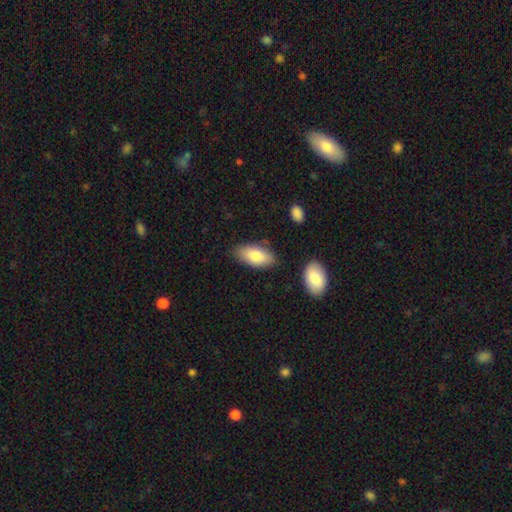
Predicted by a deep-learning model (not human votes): Overall: smooth (81%). How rounded: in between (93%). Merging: none (78%).